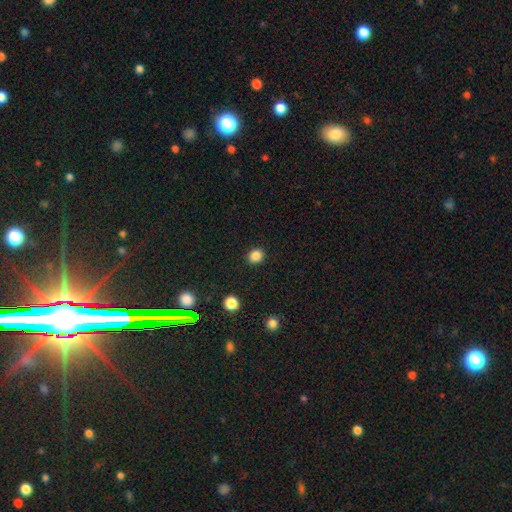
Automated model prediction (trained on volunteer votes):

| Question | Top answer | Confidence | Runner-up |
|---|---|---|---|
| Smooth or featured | smooth | 85% | star or artifact (12%) |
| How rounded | round | 81% | in between (19%) |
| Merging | none | 91% | minor disturbance (6%) |